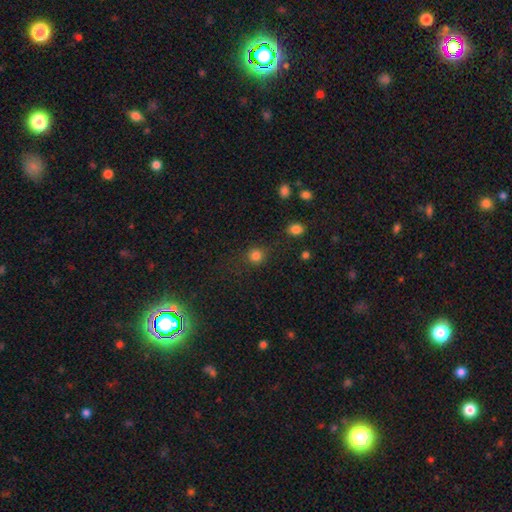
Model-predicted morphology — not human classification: smooth_or_featured: smooth (p=0.81) [alt: star or artifact p=0.14]
how_rounded: round (p=0.90) [alt: in between p=0.09]
merging: none (p=0.83) [alt: minor disturbance p=0.10]